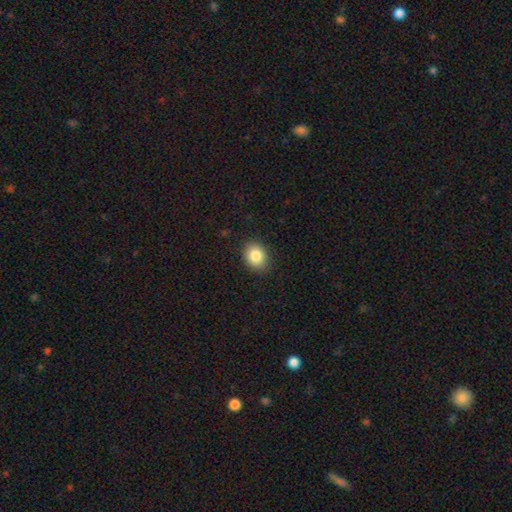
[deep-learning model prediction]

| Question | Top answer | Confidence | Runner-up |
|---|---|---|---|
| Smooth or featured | smooth | 85% | star or artifact (9%) |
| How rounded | in between | 54% | round (46%) |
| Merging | none | 88% | minor disturbance (9%) |